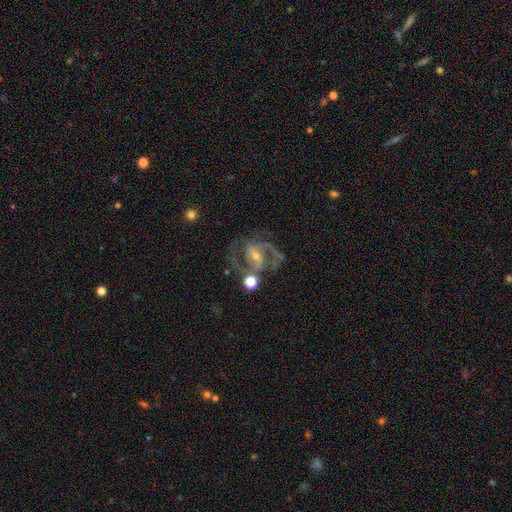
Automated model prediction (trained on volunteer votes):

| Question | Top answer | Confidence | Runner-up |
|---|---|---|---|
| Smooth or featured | featured or disk | 86% | star or artifact (7%) |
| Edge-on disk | no | 97% | yes (3%) |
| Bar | weak | 40% | strong (36%) |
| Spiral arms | yes | 94% | no (6%) |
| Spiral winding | medium | 59% | tight (22%) |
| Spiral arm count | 2 | 81% | can't tell (6%) |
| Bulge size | small | 59% | moderate (35%) |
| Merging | none | 62% | minor disturbance (16%) |